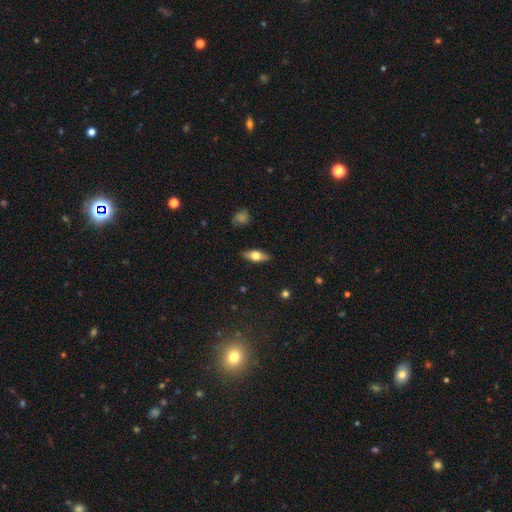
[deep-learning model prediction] This is possibly a smooth galaxy (57%). How rounded: likely in between (70%). Merging: clearly none (87%).